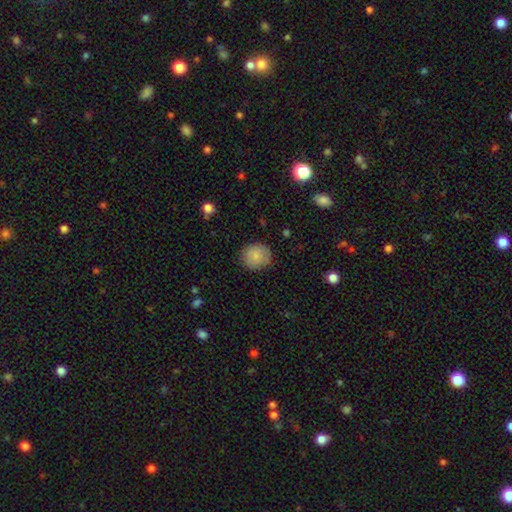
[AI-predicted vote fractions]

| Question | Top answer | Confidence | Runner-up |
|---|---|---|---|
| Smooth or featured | smooth | 84% | featured or disk (8%) |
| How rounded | round | 83% | in between (16%) |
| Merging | none | 84% | minor disturbance (12%) |